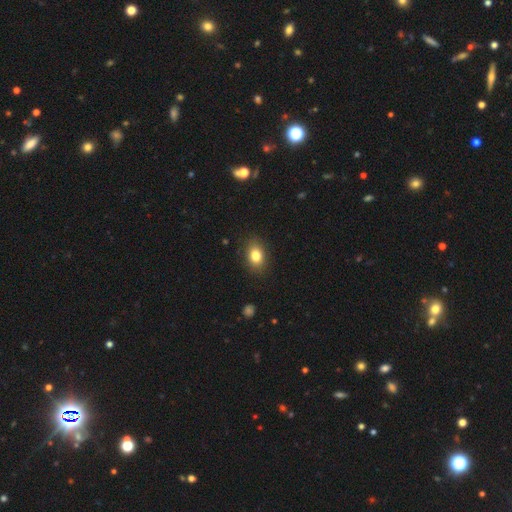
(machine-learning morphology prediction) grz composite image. It shows a smooth galaxy with no disk features (81%) that is in between round and cigar-shaped (72%). Merging: none (86%).